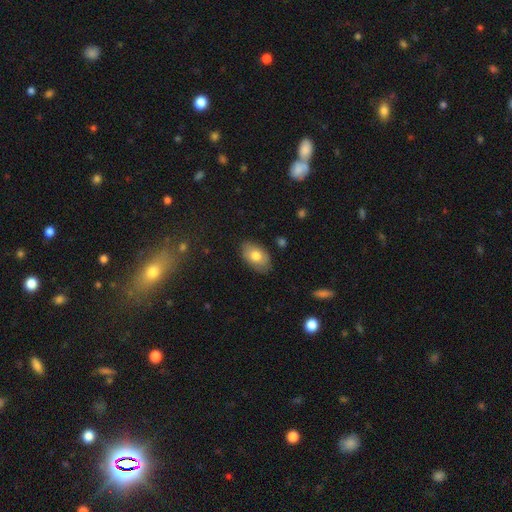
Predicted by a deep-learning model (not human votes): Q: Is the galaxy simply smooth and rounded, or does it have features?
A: smooth — 75%.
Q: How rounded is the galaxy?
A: in between — 91%.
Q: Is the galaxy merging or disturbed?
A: none — 81%.